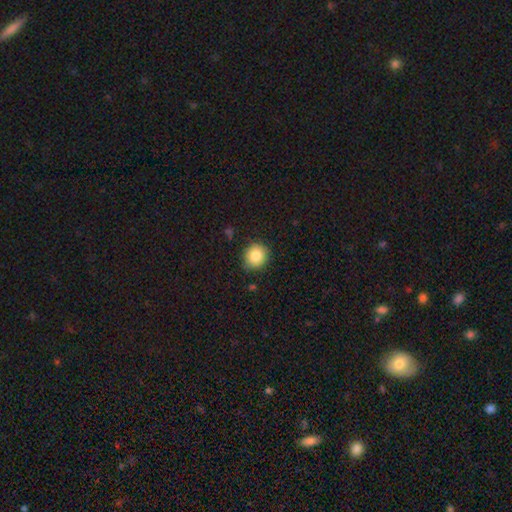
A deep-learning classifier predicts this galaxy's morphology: smooth-or-featured: smooth: 85% | star or artifact: 9% | featured or disk: 6%
  how-rounded: round: 84% | in between: 15% | cigar-shaped: 1%
  merging: none: 86% | minor disturbance: 11% | major disturbance: 2% | merger: 1%